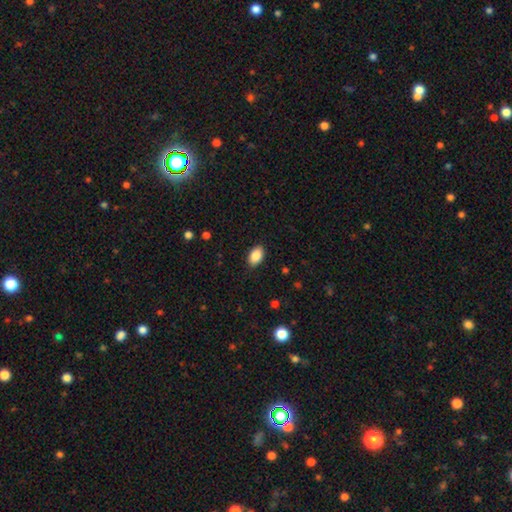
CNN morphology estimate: type=smooth (88%); roundness=in between (92%); merging=none (88%).